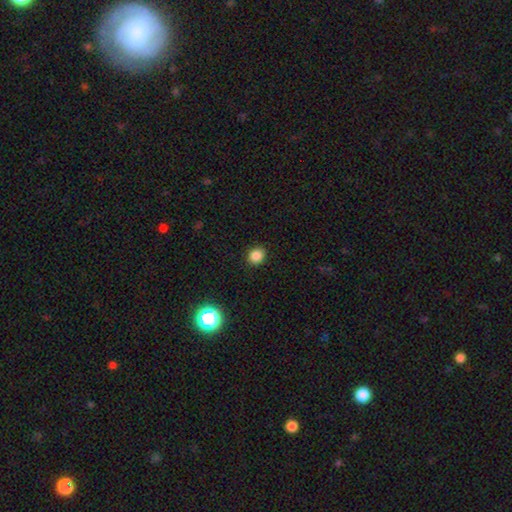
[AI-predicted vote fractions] Smooth or featured? Predicted: smooth (p=0.84). How rounded? Predicted: round (p=0.72). Merging? Predicted: none (p=0.90).